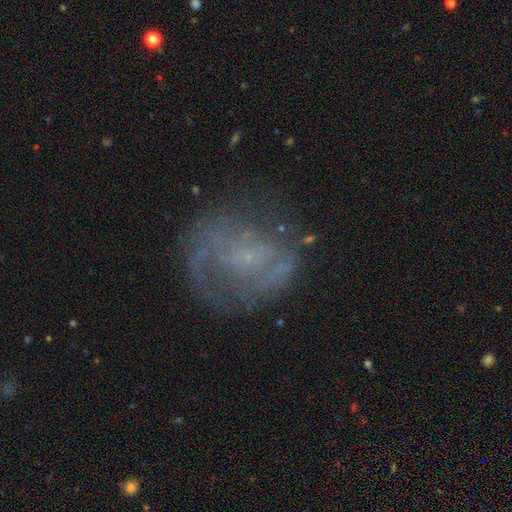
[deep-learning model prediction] The model was most divided on "bulge size": small: 54%, none: 36%, moderate: 8%, large: 1%, dominant: 1%. More confident: edge-on disk — no (97%); smooth or featured — featured or disk (63%); spiral arms — yes (62%); bar — no (61%); merging — none (58%).